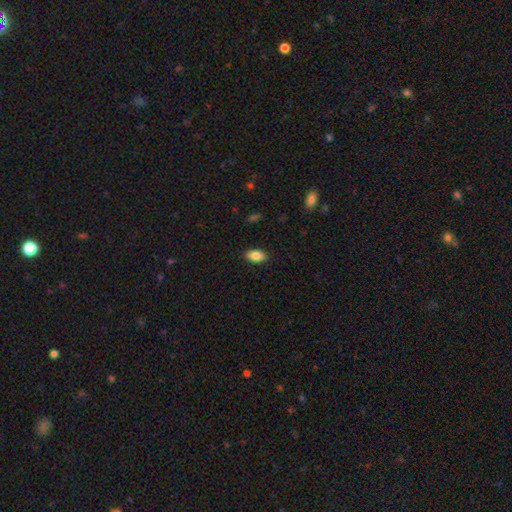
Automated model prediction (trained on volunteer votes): Smooth or featured?
  - smooth: 85% *
  - featured or disk: 8%
  - star or artifact: 8%
How rounded?
  - in between: 91% *
  - round: 4%
  - cigar-shaped: 4%
Merging?
  - none: 88% *
  - minor disturbance: 9%
  - major disturbance: 2%
  - merger: 1%